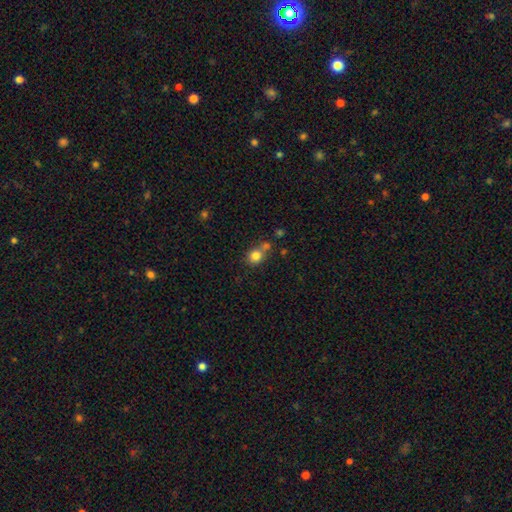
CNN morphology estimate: A smooth galaxy with no disk features (81%) that is round (76%).

Vote fractions:
- Smooth or featured? smooth: 81% / star or artifact: 11% / featured or disk: 8%
- How rounded? round: 76% / in between: 23% / cigar-shaped: 1%
- Merging? none: 54% / merger: 29% / minor disturbance: 13% / major disturbance: 4%